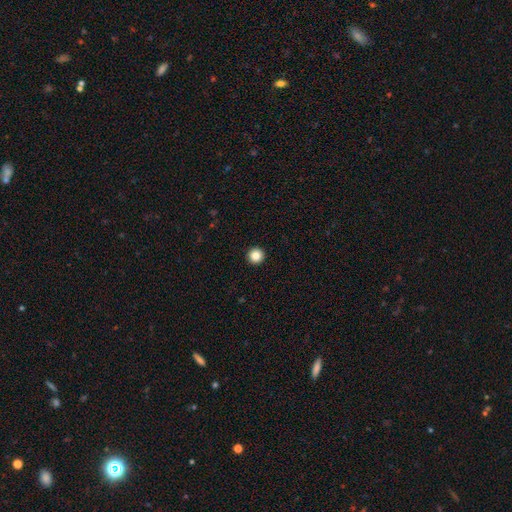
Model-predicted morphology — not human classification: Smooth or featured? Predicted: smooth (p=0.85). How rounded? Predicted: round (p=0.97). Merging? Predicted: none (p=0.94).